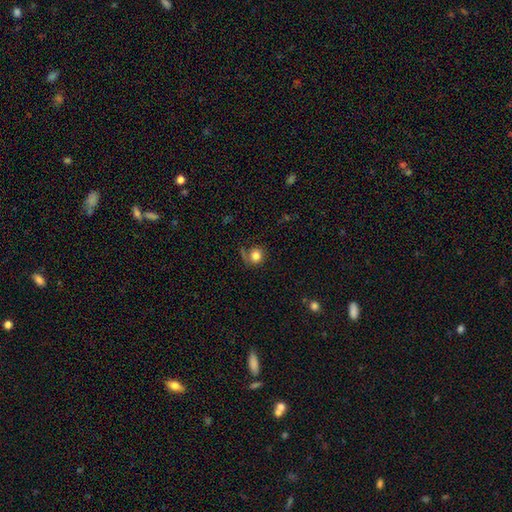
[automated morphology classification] smooth 79%, featured or disk 11%, star or artifact 10%. Down the decision tree: how rounded — round (78%); merging — none (59%).